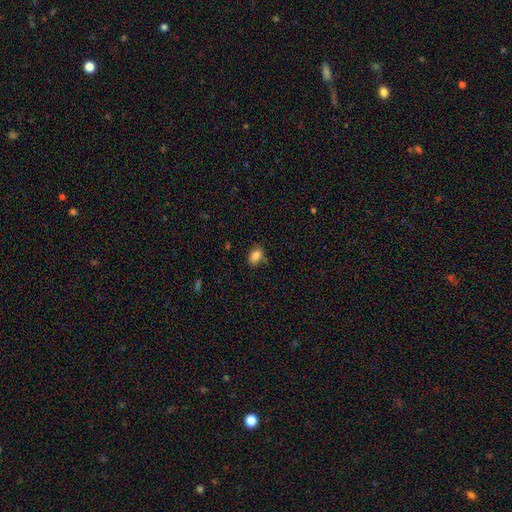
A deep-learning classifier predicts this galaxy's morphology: smooth 86%, star or artifact 9%, featured or disk 5%. Down the decision tree: how rounded — in between (84%); merging — none (76%).